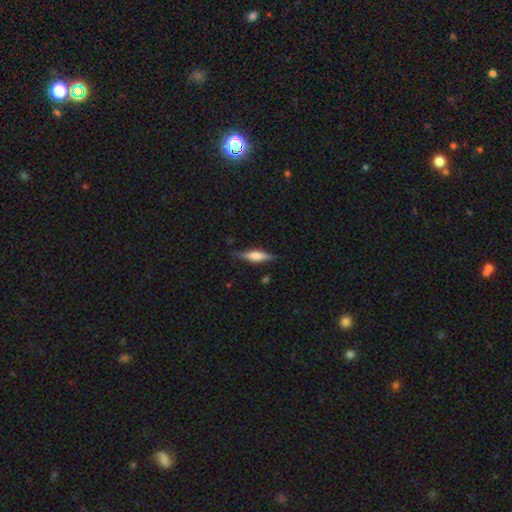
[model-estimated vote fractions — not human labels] The model was most divided on "smooth or featured": featured or disk: 51%, smooth: 42%, star or artifact: 7%. More confident: edge-on disk — yes (95%); merging — none (82%).